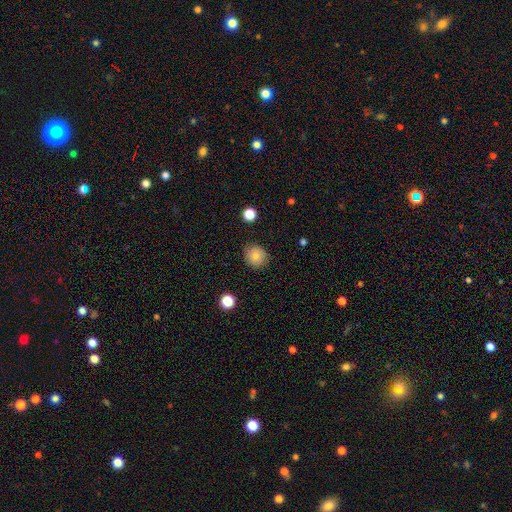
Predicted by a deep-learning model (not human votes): Smooth or featured? smooth (83%)
How rounded? round (84%)
Merging? none (84%)